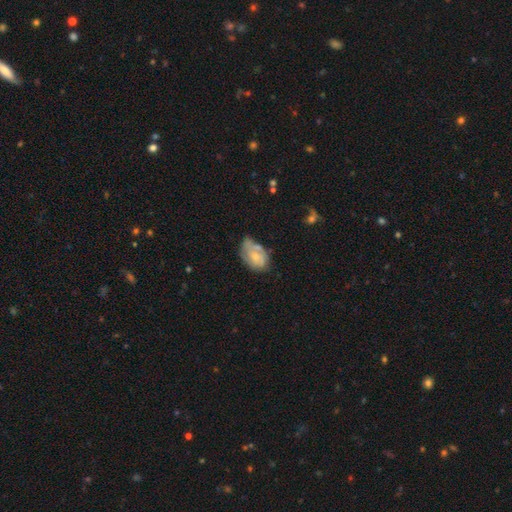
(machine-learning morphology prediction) Smooth or featured? Predicted: featured or disk (p=0.47). Merging? Predicted: none (p=0.42).